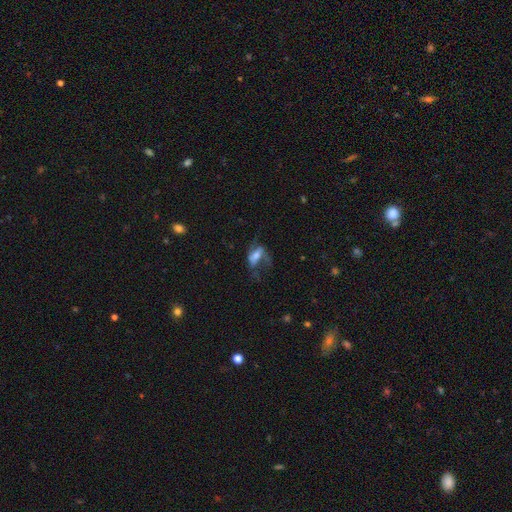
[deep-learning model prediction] Smooth or featured? Predicted: featured or disk (p=0.57). Edge-on disk? Predicted: no (p=0.90). Bar? Predicted: no (p=0.34, tied with weak). Spiral arms? Predicted: yes (p=0.69). Bulge size? Predicted: moderate (p=0.46). Merging? Predicted: major disturbance (p=0.41).